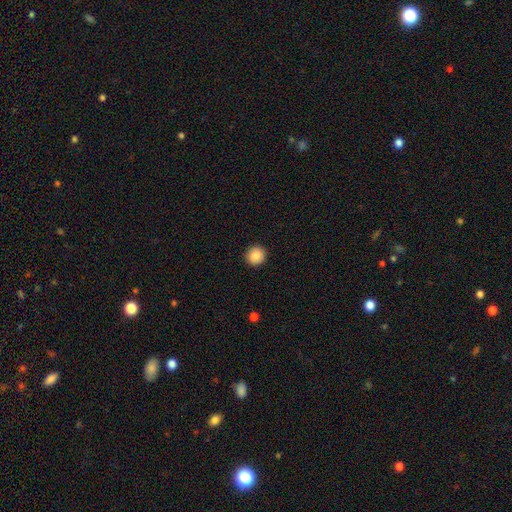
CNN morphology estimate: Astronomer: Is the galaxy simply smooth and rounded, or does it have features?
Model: smooth — 87%.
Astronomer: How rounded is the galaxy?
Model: round — 93%.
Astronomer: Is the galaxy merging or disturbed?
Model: none — 92%.